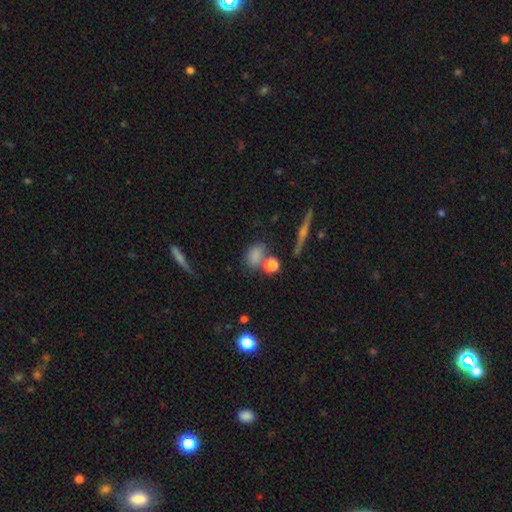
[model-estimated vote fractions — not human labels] smooth-or-featured: smooth: 76% | star or artifact: 14% | featured or disk: 10%
  how-rounded: in between: 61% | round: 35% | cigar-shaped: 4%
  merging: none: 56% | merger: 20% | minor disturbance: 17% | major disturbance: 7%